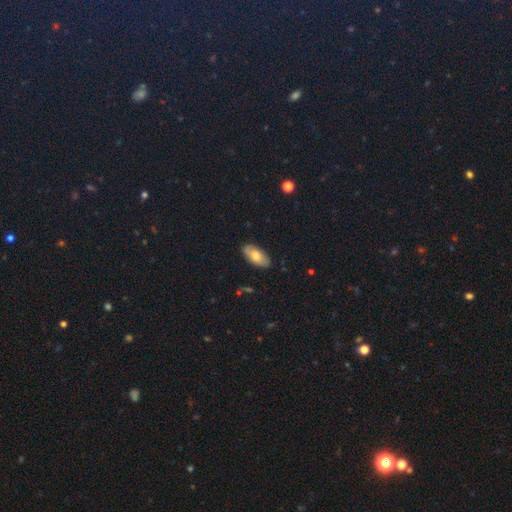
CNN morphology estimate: Overall: smooth (69%). How rounded: in between (91%). Merging: none (85%).